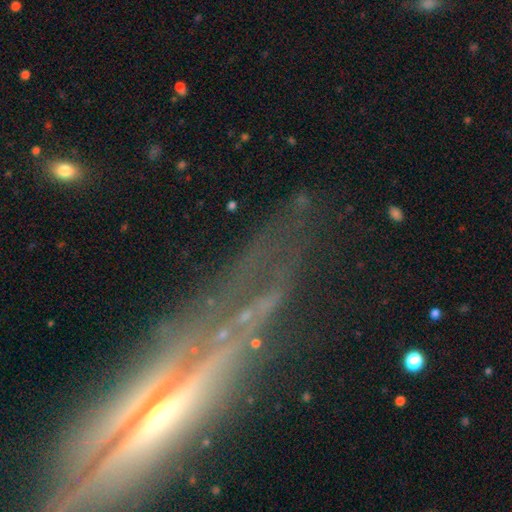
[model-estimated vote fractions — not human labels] A featured or disk galaxy (59%) viewed edge-on (64%).

Vote fractions:
- Smooth or featured? featured or disk: 59% / star or artifact: 24% / smooth: 17%
- Edge-on disk? yes: 64% / no: 36%
- Merging? none: 67% / minor disturbance: 15% / major disturbance: 12% / merger: 6%